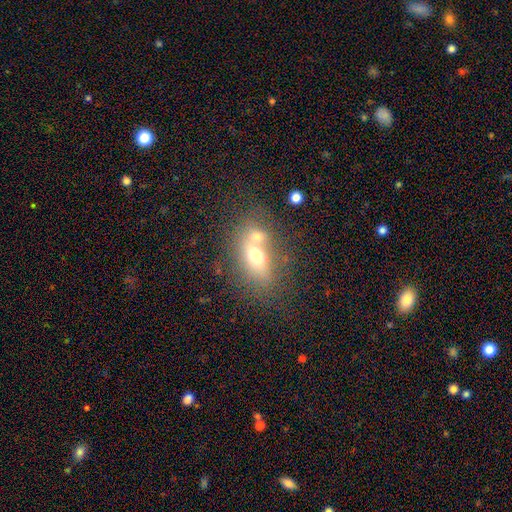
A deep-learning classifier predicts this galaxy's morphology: smooth 59%, featured or disk 30%, star or artifact 11%. Down the decision tree: how rounded — in between (72%); merging — merger (49%).